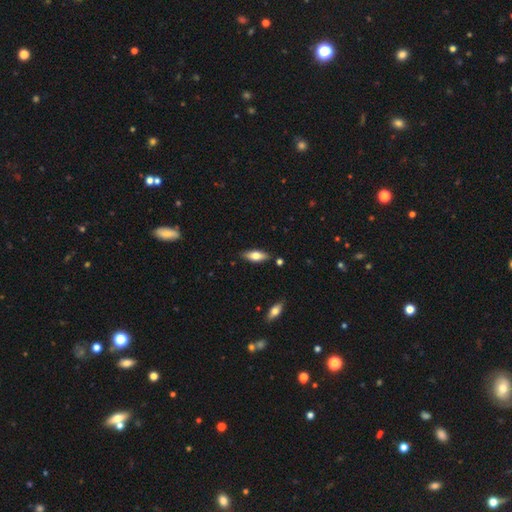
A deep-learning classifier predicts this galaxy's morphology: The model was most divided on "smooth or featured": smooth: 67%, featured or disk: 27%, star or artifact: 6%. More confident: merging — none (84%); how rounded — in between (70%).